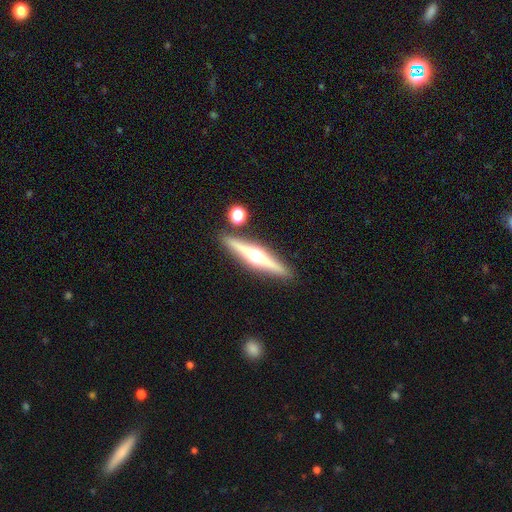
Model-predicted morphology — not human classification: Smooth or featured: featured or disk — 76% (smooth — 18%)
Edge-on disk: yes — 97% (no — 3%)
Edge-on bulge: rounded — 95% (boxy — 3%)
Merging: none — 88% (minor disturbance — 7%)